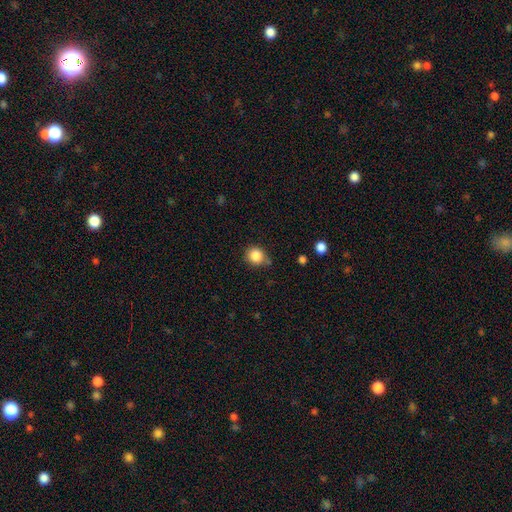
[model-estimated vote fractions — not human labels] Smooth or featured?
  - smooth: 86% *
  - star or artifact: 10%
  - featured or disk: 4%
How rounded?
  - round: 88% *
  - in between: 11%
  - cigar-shaped: 1%
Merging?
  - none: 72% *
  - minor disturbance: 18%
  - merger: 6%
  - major disturbance: 4%